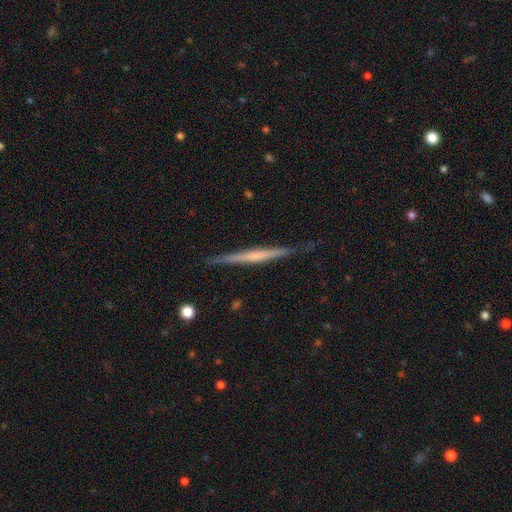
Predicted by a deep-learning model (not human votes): Smooth or featured? featured or disk (64%)
Edge-on disk? yes (98%)
Edge-on bulge? none (59%)
Merging? none (85%)